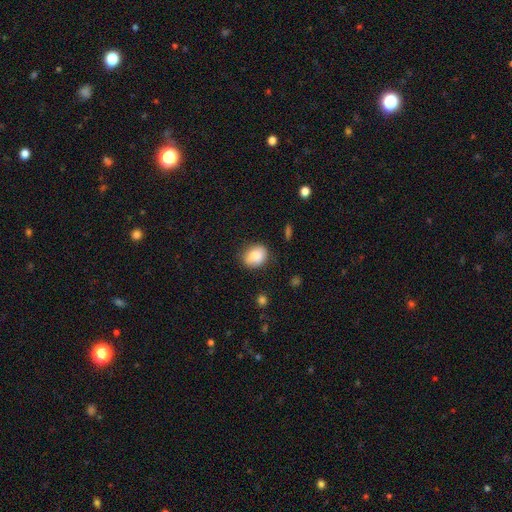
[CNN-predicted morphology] The model was most divided on "how rounded": in between: 52%, round: 47%, cigar-shaped: 1%. More confident: smooth or featured — smooth (86%); merging — none (78%).